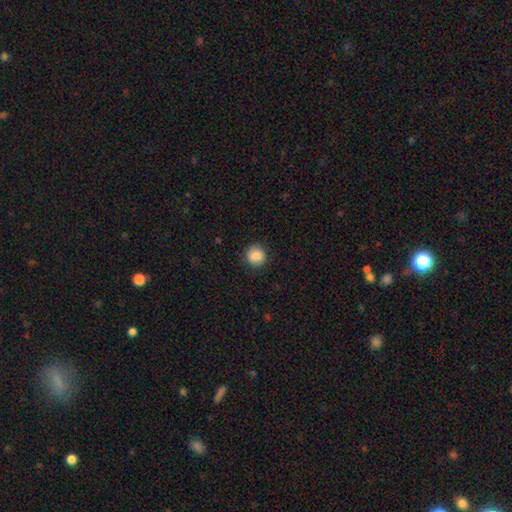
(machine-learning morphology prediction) Smooth or featured? Predicted: smooth (p=0.88). How rounded? Predicted: round (p=0.92). Merging? Predicted: none (p=0.88).